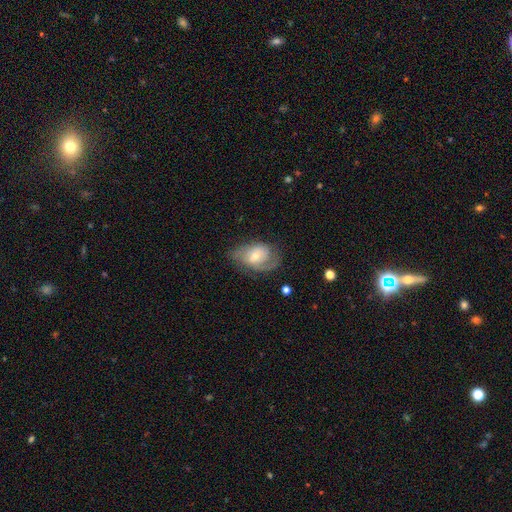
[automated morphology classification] Smooth or featured?
  - featured or disk: 65% *
  - smooth: 28%
  - star or artifact: 7%
Edge-on disk?
  - no: 95% *
  - yes: 5%
Bar?
  - no: 60% *
  - weak: 33%
  - strong: 8%
Spiral arms?
  - yes: 85% *
  - no: 15%
Spiral winding?
  - medium: 43% *
  - tight: 34%
  - loose: 23%
Spiral arm count?
  - 2: 55% *
  - can't tell: 20%
  - 1: 16%
  - 3: 6%
  - 4: 2%
  - more than 4: 1%
Bulge size?
  - small: 49% *
  - moderate: 45%
  - large: 3%
  - none: 2%
  - dominant: 1%
Merging?
  - none: 60% *
  - minor disturbance: 24%
  - major disturbance: 14%
  - merger: 2%